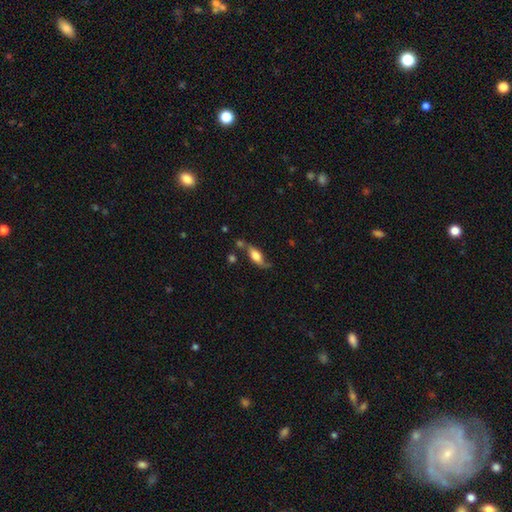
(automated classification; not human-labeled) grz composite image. It shows a featured or disk galaxy (47%). Merging: none (55%).